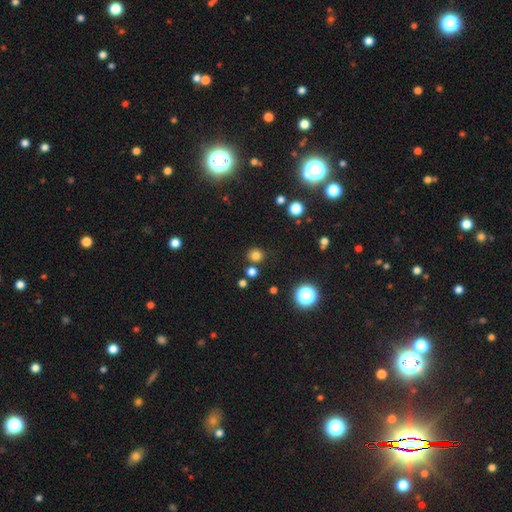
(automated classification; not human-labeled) smooth 77%, star or artifact 19%, featured or disk 5%. Down the decision tree: how rounded — round (89%); merging — none (83%).